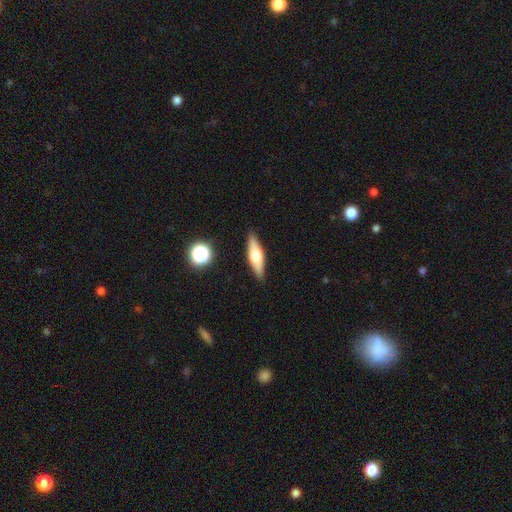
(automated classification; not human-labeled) Overall: featured or disk (48%; smooth 45%). Merging: none (89%).